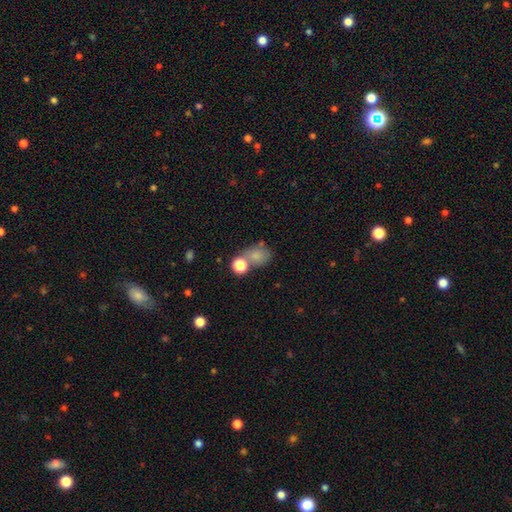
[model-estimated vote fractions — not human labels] The model was most divided on "how rounded": in between: 52%, round: 47%, cigar-shaped: 1%. Remaining: smooth or featured — smooth (77%); merging — none (49%).